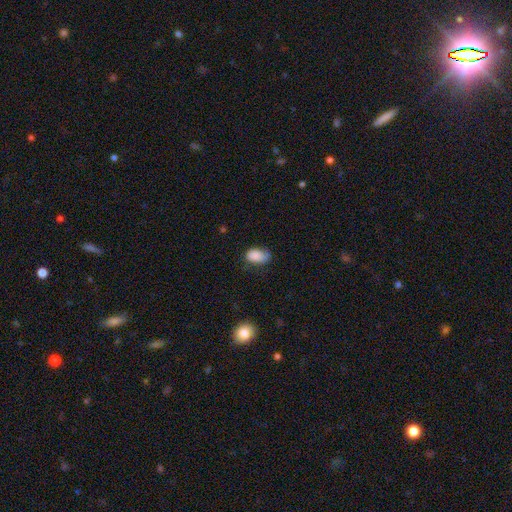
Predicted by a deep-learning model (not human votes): Smooth or featured? smooth (80%)
How rounded? in between (89%)
Merging? none (47%)